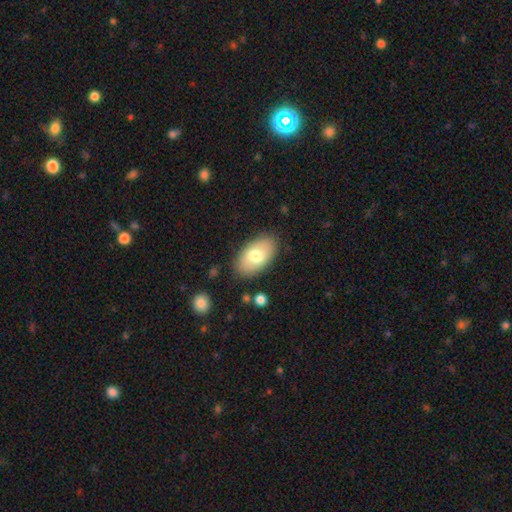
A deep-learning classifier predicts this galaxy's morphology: The model was most divided on "smooth or featured": smooth: 71%, featured or disk: 23%, star or artifact: 6%. More confident: how rounded — in between (94%); merging — none (84%).